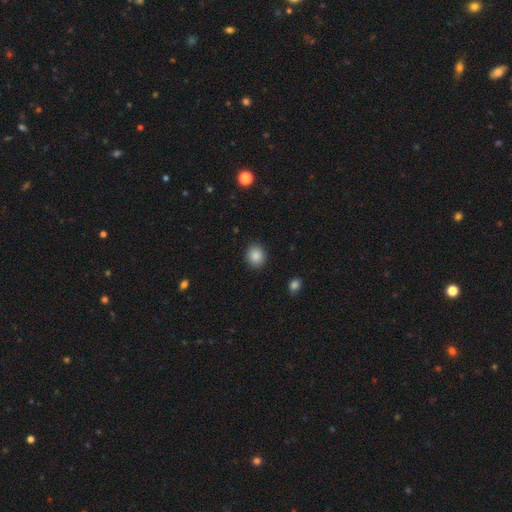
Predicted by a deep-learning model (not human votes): Smooth or featured?
  - smooth: 87% *
  - star or artifact: 9%
  - featured or disk: 4%
How rounded?
  - round: 74% *
  - in between: 25%
  - cigar-shaped: 1%
Merging?
  - none: 90% *
  - minor disturbance: 6%
  - major disturbance: 2%
  - merger: 1%